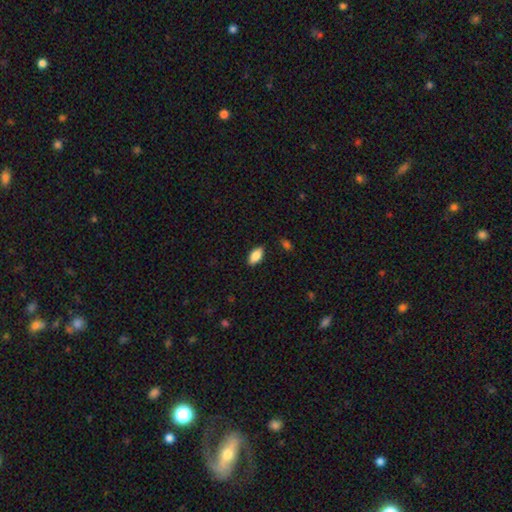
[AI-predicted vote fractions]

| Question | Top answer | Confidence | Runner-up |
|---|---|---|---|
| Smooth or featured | smooth | 84% | featured or disk (9%) |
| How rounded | in between | 90% | cigar-shaped (7%) |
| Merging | none | 86% | minor disturbance (11%) |